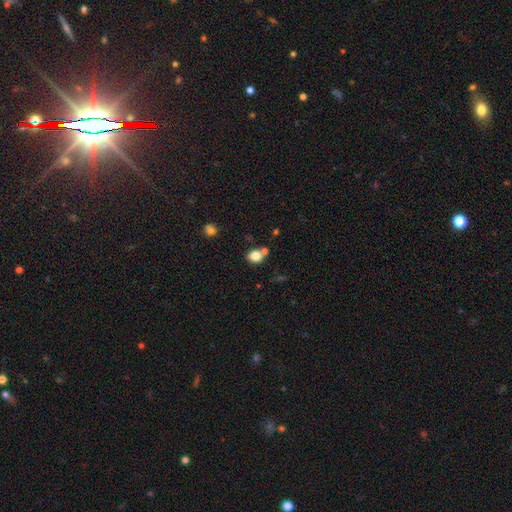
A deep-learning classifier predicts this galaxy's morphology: This is clearly a smooth galaxy (82%). How rounded: likely round (64%). Merging: likely none (63%).